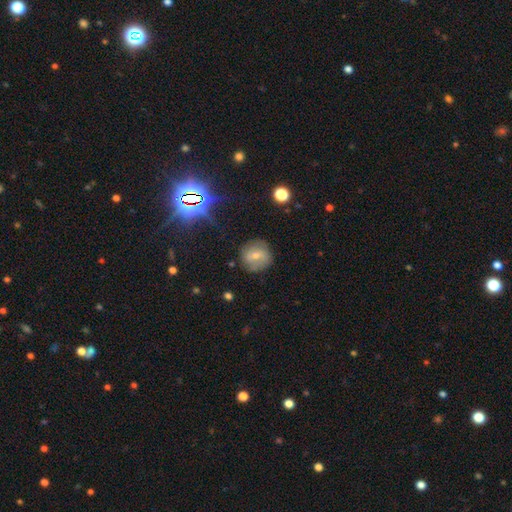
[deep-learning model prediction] This appears to be a smooth galaxy with no disk features (52%) that is round (88%). Merging: none (79%).